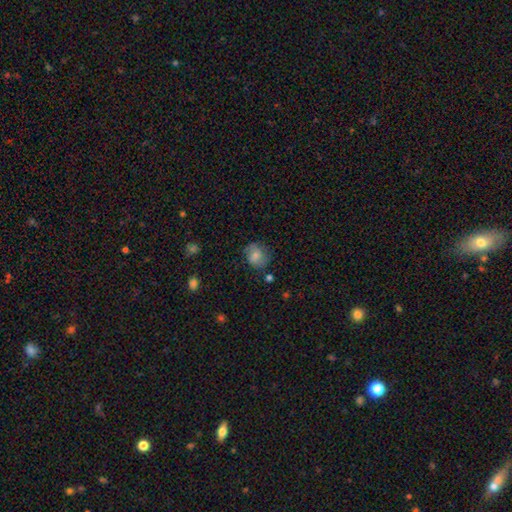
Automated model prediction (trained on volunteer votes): The model was most divided on "how rounded": round: 68%, in between: 31%, cigar-shaped: 1%. More confident: smooth or featured — smooth (66%); merging — none (65%).